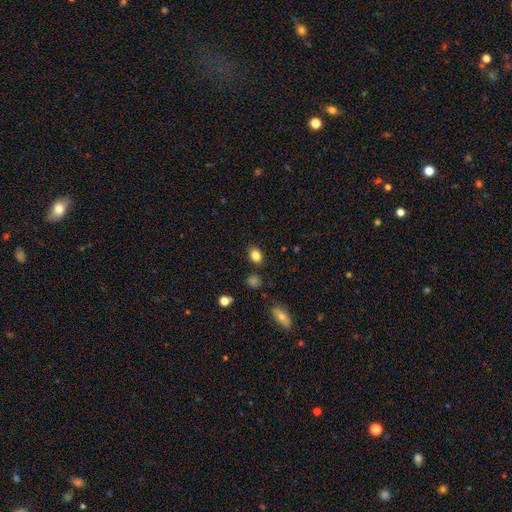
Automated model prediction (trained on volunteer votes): Overall: smooth (83%). How rounded: in between (59%; round 39%). Merging: none (85%).